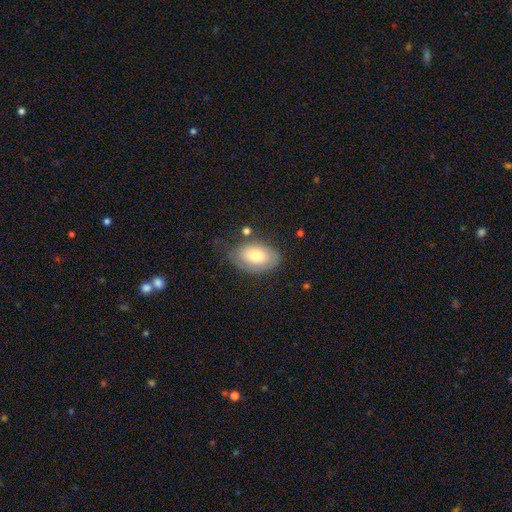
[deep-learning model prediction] Q: Smooth or featured?
A: smooth (68%); runner-up: featured or disk (25%)
Q: How rounded?
A: in between (91%); runner-up: round (7%)
Q: Merging?
A: none (66%); runner-up: minor disturbance (22%)